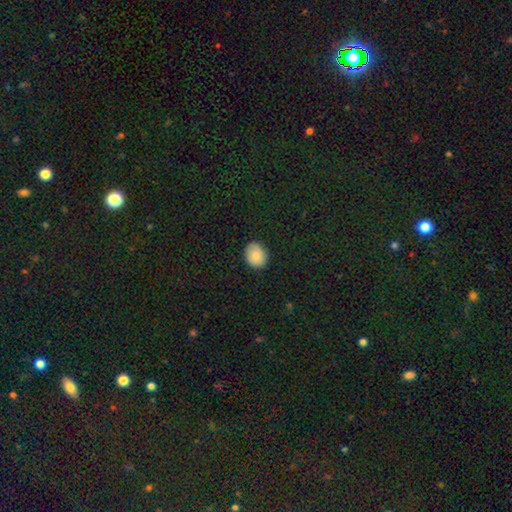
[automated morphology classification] Smooth or featured? smooth (87%)
How rounded? round (50%)
Merging? none (87%)